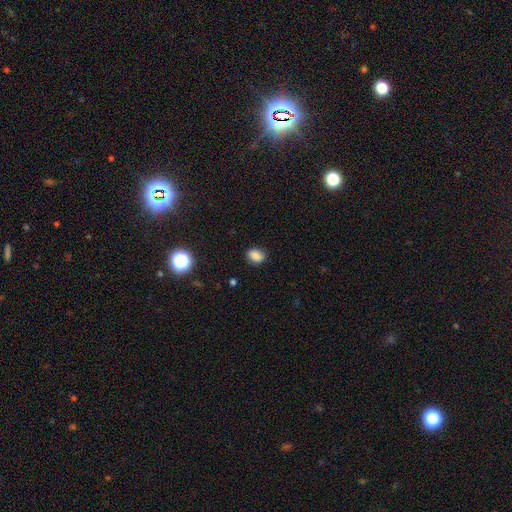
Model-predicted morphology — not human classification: A smooth galaxy with no disk features (83%) that is in between round and cigar-shaped (69%).

Vote fractions:
- Smooth or featured? smooth: 83% / star or artifact: 12% / featured or disk: 5%
- How rounded? in between: 69% / round: 29% / cigar-shaped: 2%
- Merging? none: 83% / minor disturbance: 13% / major disturbance: 3% / merger: 1%